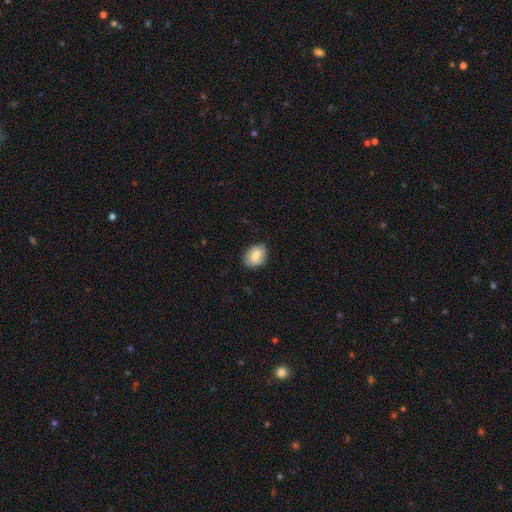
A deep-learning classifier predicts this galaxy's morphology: A smooth galaxy with no disk features (69%) that is in between round and cigar-shaped (74%).

Vote fractions:
- Smooth or featured? smooth: 69% / featured or disk: 23% / star or artifact: 8%
- How rounded? in between: 74% / round: 24% / cigar-shaped: 1%
- Merging? none: 74% / minor disturbance: 20% / major disturbance: 4% / merger: 1%